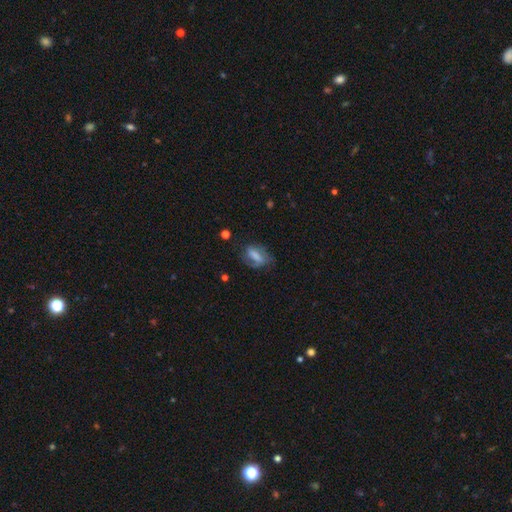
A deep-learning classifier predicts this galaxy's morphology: This is possibly a smooth galaxy (59%). How rounded: likely in between (74%). Merging: possibly none (55%).